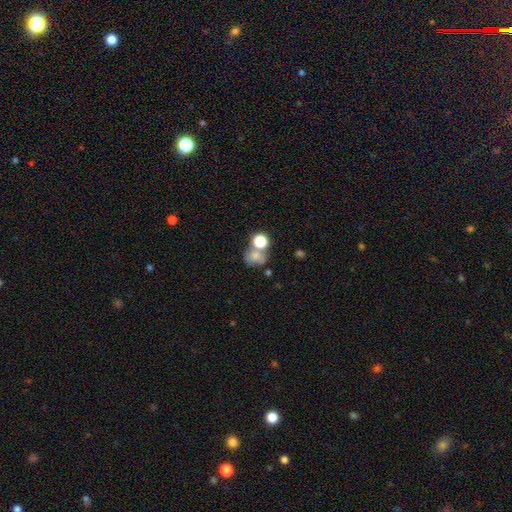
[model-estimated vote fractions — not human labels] A smooth galaxy with no disk features (69%) that is round (66%). Merging: merger (42%).